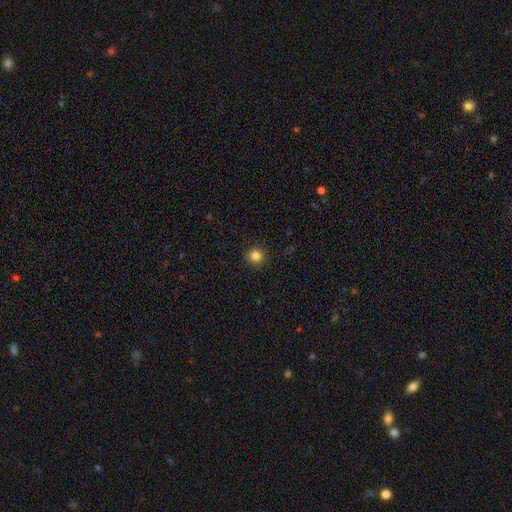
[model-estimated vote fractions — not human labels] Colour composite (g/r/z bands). It shows a smooth galaxy with no disk features (84%) that is round (95%). Merging: none (92%).